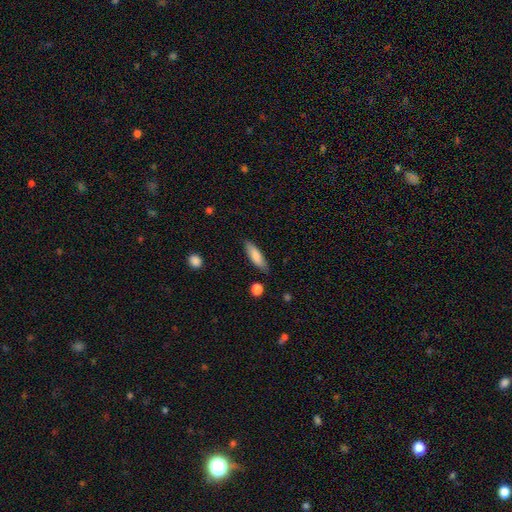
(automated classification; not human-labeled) A smooth galaxy with no disk features (79%) that is cigar-shaped (56%).

Vote fractions:
- Smooth or featured? smooth: 79% / featured or disk: 15% / star or artifact: 6%
- How rounded? cigar-shaped: 56% / in between: 43% / round: 2%
- Merging? none: 83% / minor disturbance: 13% / major disturbance: 3% / merger: 2%